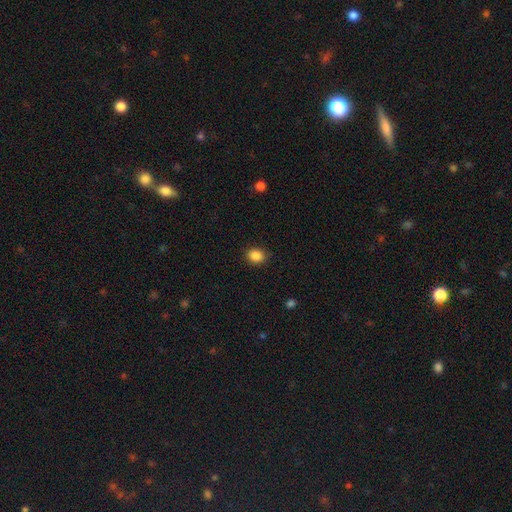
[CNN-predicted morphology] This appears to be a smooth galaxy with no disk features (87%) that is round (59%). Merging: none (87%).